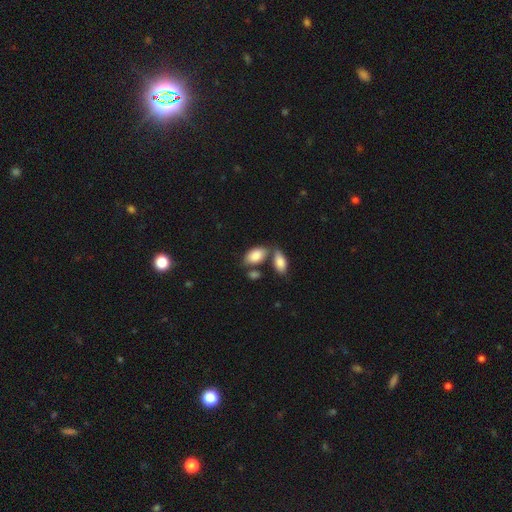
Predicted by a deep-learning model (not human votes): smooth 85%, featured or disk 9%, star or artifact 6%. Down the decision tree: how rounded — in between (93%); merging — none (47%).